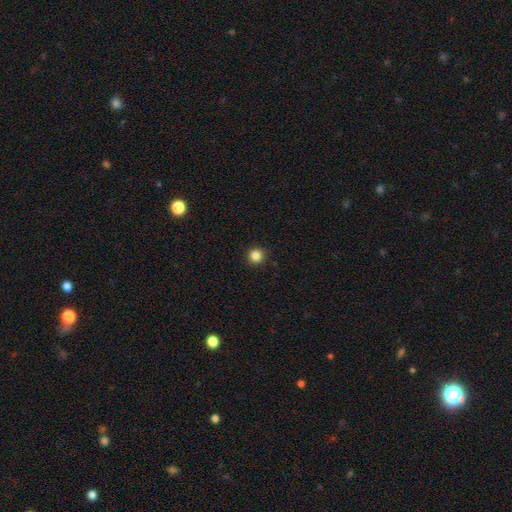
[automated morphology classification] type=smooth (85%); roundness=round (95%); merging=none (93%).